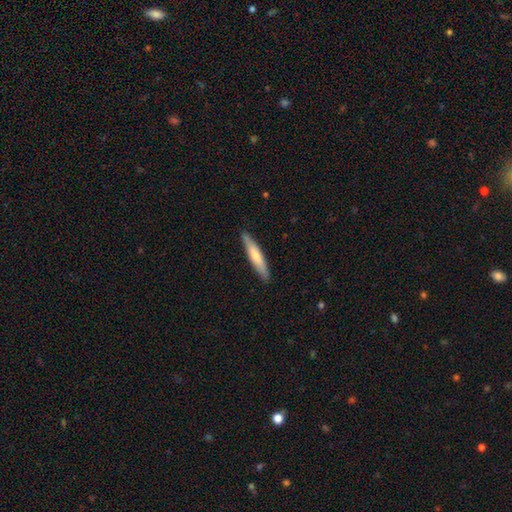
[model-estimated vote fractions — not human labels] smooth-or-featured: smooth: 69% | featured or disk: 26% | star or artifact: 5%
  how-rounded: cigar-shaped: 91% | in between: 8% | round: 1%
  merging: none: 89% | minor disturbance: 8% | major disturbance: 1% | merger: 1%